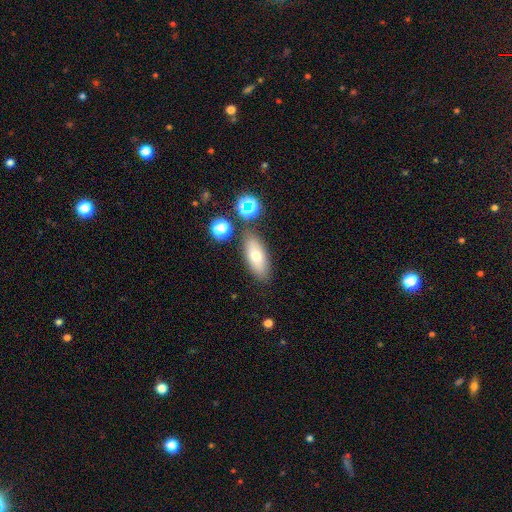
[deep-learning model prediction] Smooth or featured? smooth (68%)
How rounded? in between (75%)
Merging? none (80%)